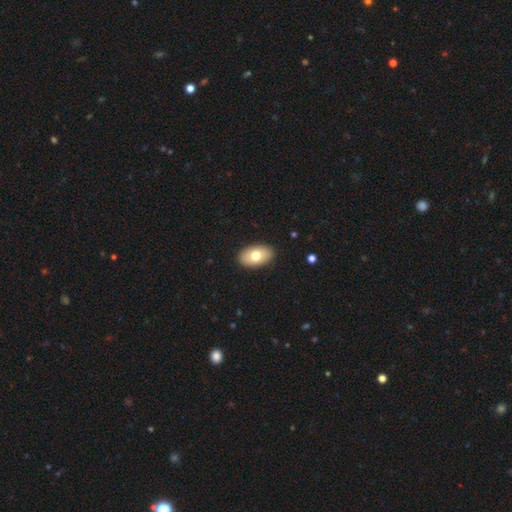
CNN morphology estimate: Overall: smooth (72%). How rounded: in between (93%). Merging: none (89%).